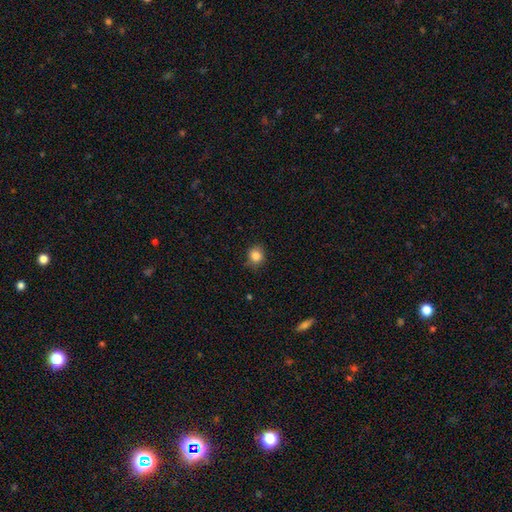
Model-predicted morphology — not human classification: Smooth or featured: smooth — 84% (star or artifact — 11%)
How rounded: round — 81% (in between — 18%)
Merging: none — 84% (minor disturbance — 12%)